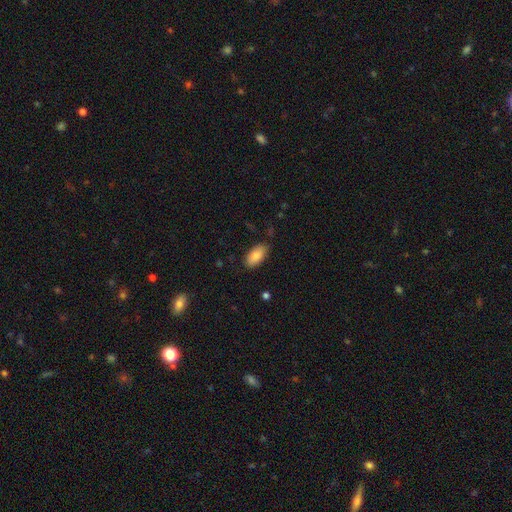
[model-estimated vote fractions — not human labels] smooth_or_featured: smooth (p=0.85) [alt: featured or disk p=0.08]
how_rounded: in between (p=0.93) [alt: cigar-shaped p=0.05]
merging: none (p=0.80) [alt: minor disturbance p=0.16]